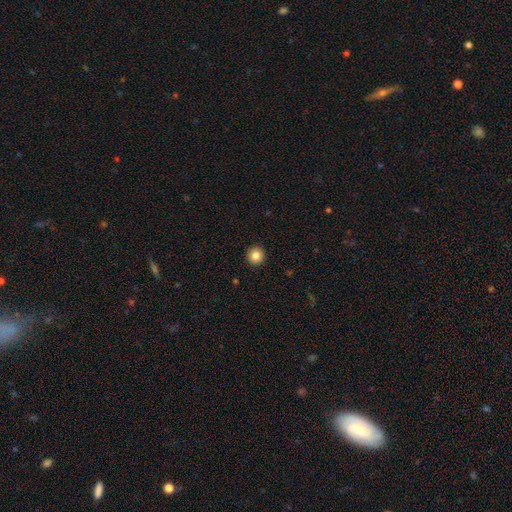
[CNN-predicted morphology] Smooth or featured? Predicted: smooth (p=0.84). How rounded? Predicted: round (p=0.94). Merging? Predicted: none (p=0.93).